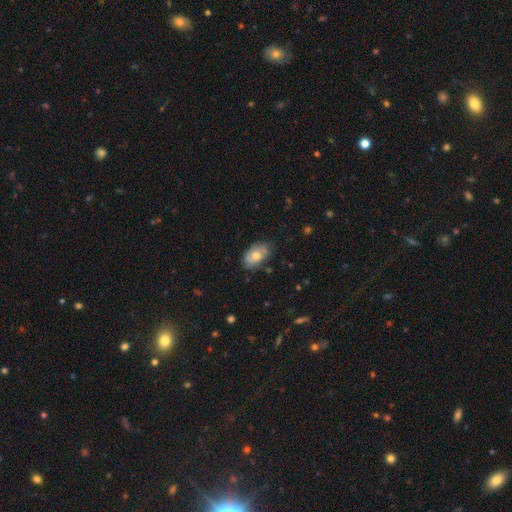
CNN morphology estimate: Q: Smooth or featured?
A: smooth (61%); runner-up: featured or disk (31%)
Q: How rounded?
A: in between (90%); runner-up: round (8%)
Q: Merging?
A: none (71%); runner-up: minor disturbance (23%)